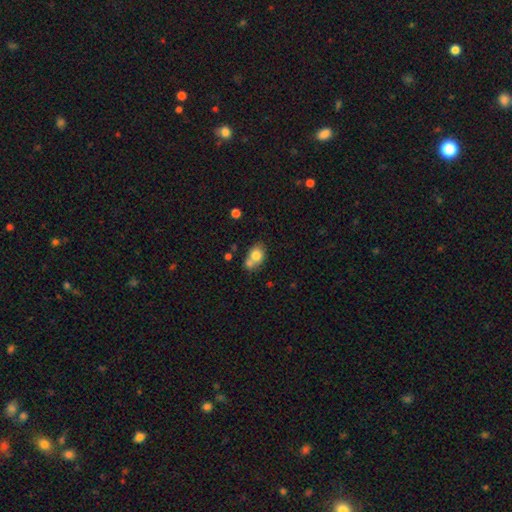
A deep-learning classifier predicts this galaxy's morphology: Smooth or featured? smooth (77%)
How rounded? in between (56%)
Merging? merger (42%)